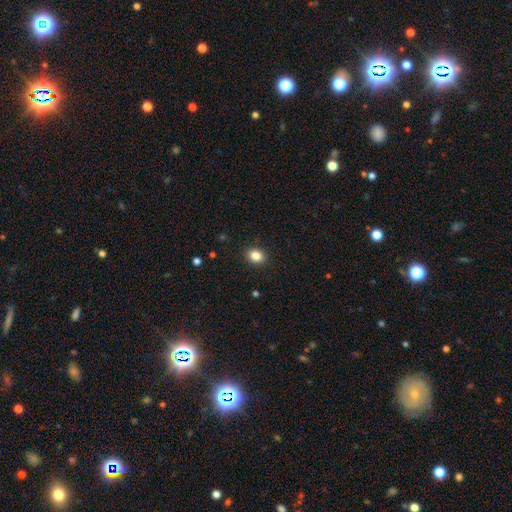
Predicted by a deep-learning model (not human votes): Smooth or featured? Predicted: smooth (p=0.84). How rounded? Predicted: round (p=0.56). Merging? Predicted: none (p=0.90).